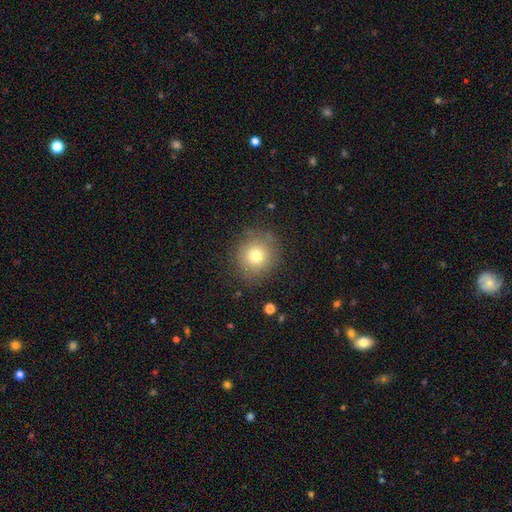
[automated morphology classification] Smooth or featured: smooth — 75% (star or artifact — 13%)
How rounded: round — 90% (in between — 9%)
Merging: none — 85% (minor disturbance — 10%)